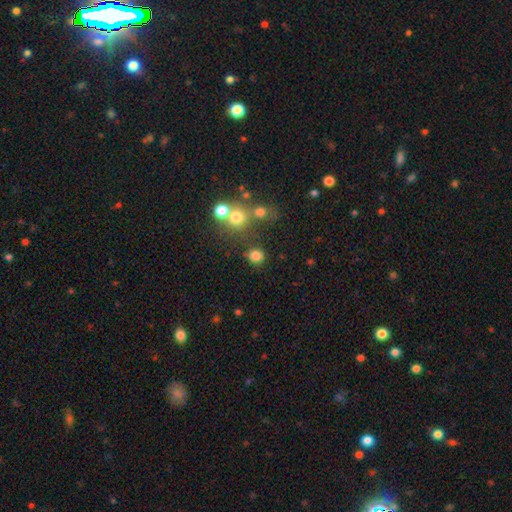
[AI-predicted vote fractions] Q: Smooth or featured?
A: smooth (79%); runner-up: star or artifact (15%)
Q: How rounded?
A: round (82%); runner-up: in between (17%)
Q: Merging?
A: none (74%); runner-up: merger (11%)